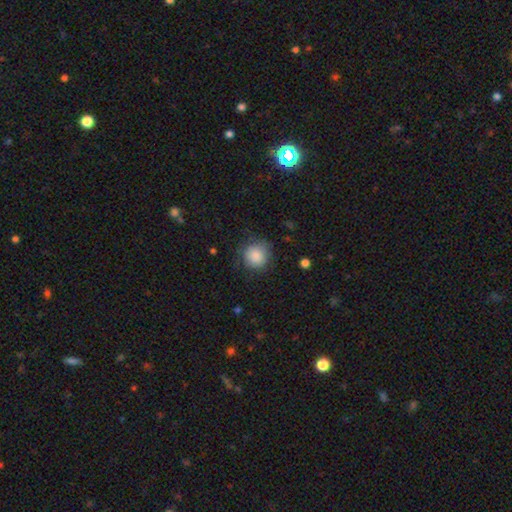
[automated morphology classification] A smooth galaxy with no disk features (86%) that is round (91%). Merging: none (74%).